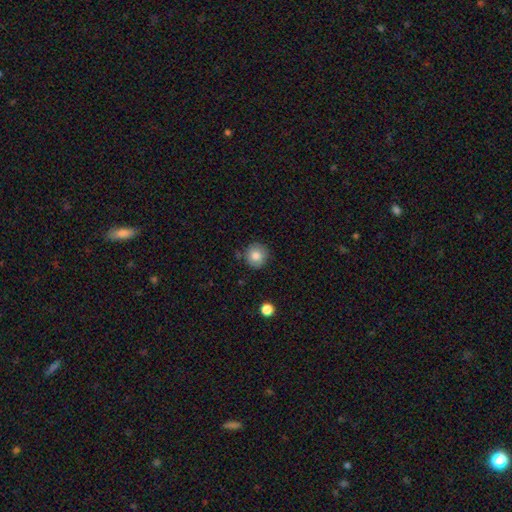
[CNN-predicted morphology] Smooth or featured?
  - smooth: 83% *
  - star or artifact: 9%
  - featured or disk: 8%
How rounded?
  - round: 93% *
  - in between: 6%
  - cigar-shaped: 1%
Merging?
  - none: 85% *
  - minor disturbance: 10%
  - merger: 3%
  - major disturbance: 2%